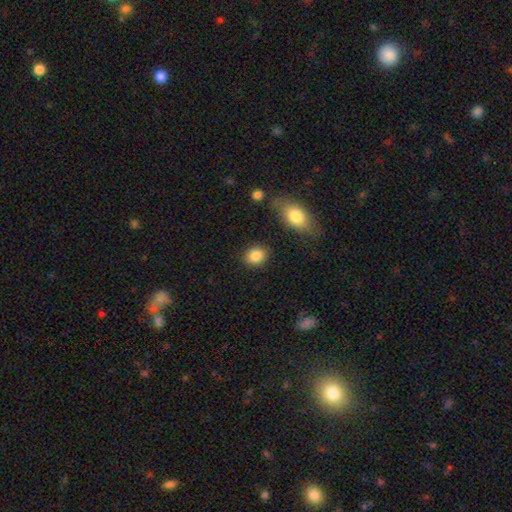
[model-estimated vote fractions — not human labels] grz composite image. It shows a smooth galaxy with no disk features (87%) that is round (63%). Merging: none (85%).